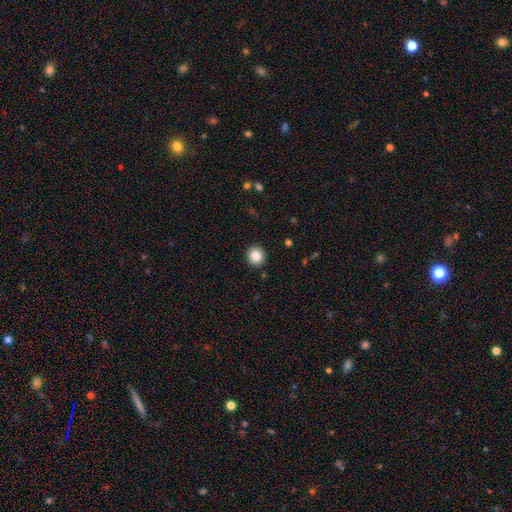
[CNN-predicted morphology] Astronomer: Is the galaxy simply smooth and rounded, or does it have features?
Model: smooth — 86%.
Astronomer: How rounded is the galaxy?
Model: round — 90%.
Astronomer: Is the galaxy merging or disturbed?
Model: none — 92%.